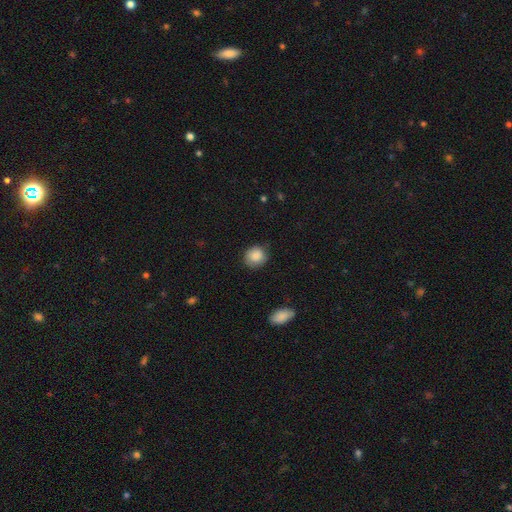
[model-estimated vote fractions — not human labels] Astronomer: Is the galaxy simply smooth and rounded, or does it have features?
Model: smooth — 86%.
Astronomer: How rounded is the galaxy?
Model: round — 81%.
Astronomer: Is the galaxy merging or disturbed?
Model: none — 77%.